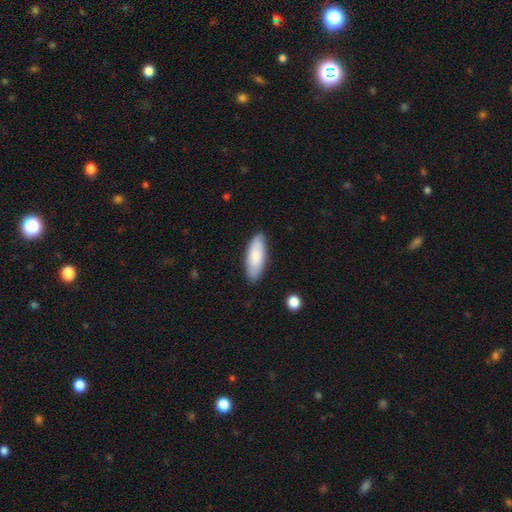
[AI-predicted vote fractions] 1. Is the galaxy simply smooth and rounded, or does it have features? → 80% smooth, 14% featured or disk, 6% star or artifact.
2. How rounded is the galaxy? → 75% in between, 23% cigar-shaped, 2% round.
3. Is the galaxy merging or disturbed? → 85% none, 11% minor disturbance, 2% major disturbance, 1% merger.